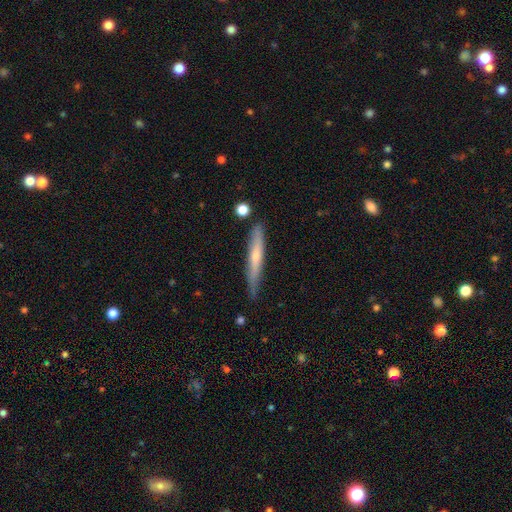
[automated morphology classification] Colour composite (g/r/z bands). It shows a featured or disk galaxy (49%). Merging: none (78%).